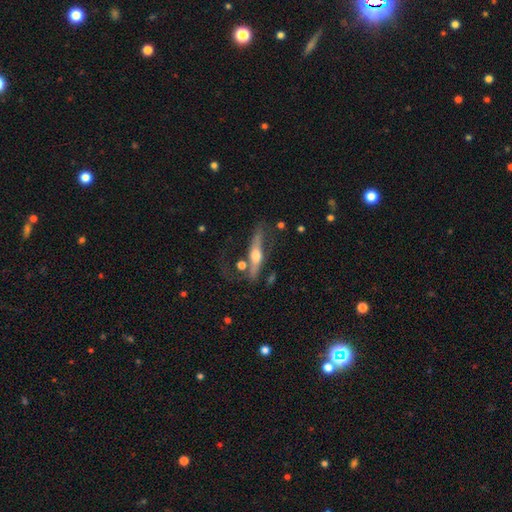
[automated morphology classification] Smooth or featured?
  - featured or disk: 69% *
  - smooth: 24%
  - star or artifact: 6%
Edge-on disk?
  - yes: 86% *
  - no: 14%
Edge-on bulge?
  - rounded: 93% *
  - boxy: 4%
  - none: 3%
Merging?
  - none: 57% *
  - minor disturbance: 19%
  - major disturbance: 13%
  - merger: 10%